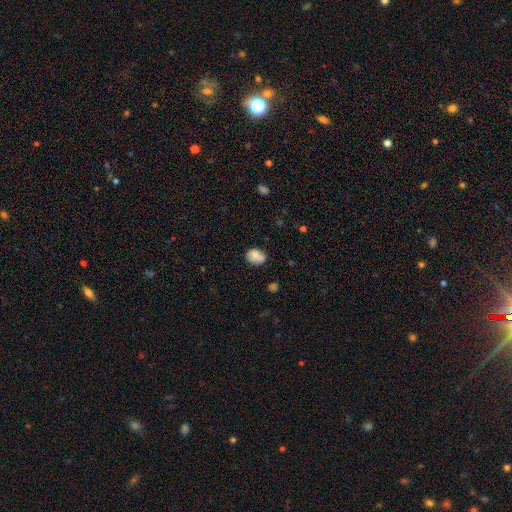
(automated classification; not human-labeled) smooth-or-featured: smooth: 68% | featured or disk: 24% | star or artifact: 9%
  how-rounded: in between: 67% | round: 31% | cigar-shaped: 1%
  merging: none: 53% | minor disturbance: 26% | merger: 14% | major disturbance: 7%